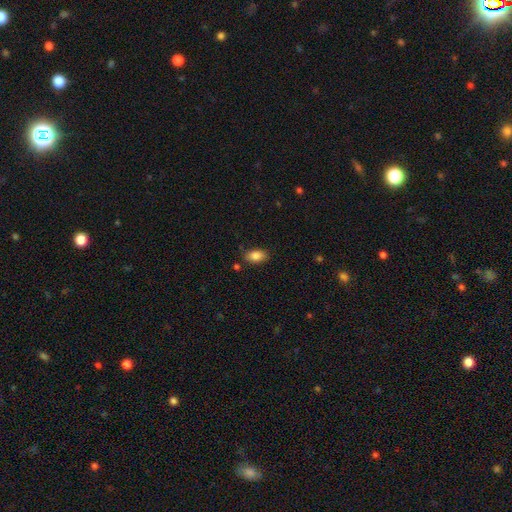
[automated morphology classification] Smooth or featured? smooth (85%)
How rounded? in between (91%)
Merging? none (82%)